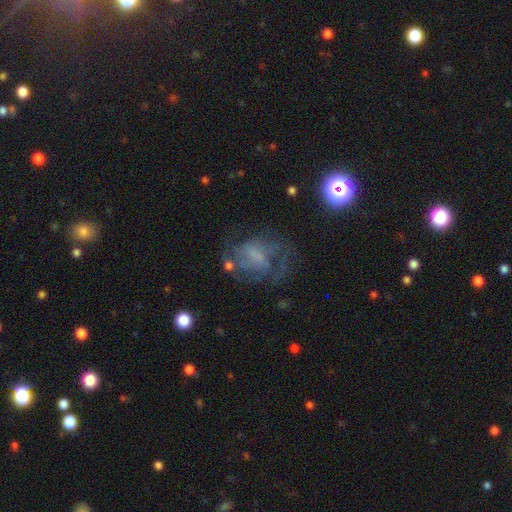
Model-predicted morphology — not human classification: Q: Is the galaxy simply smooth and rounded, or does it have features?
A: featured or disk — 62%.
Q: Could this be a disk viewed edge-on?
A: no — 97%.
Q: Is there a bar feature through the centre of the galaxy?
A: no — 53%.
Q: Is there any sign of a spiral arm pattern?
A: yes — 70%.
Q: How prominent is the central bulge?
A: none — 48%.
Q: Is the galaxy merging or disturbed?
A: none — 45%.